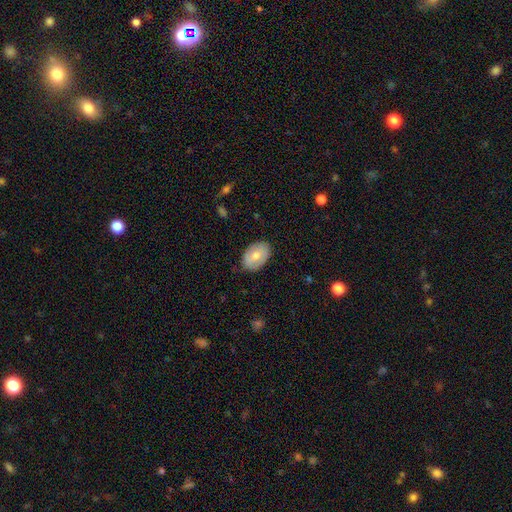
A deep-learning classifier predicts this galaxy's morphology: Smooth or featured? Predicted: smooth (p=0.64). How rounded? Predicted: in between (p=0.84). Merging? Predicted: none (p=0.79).